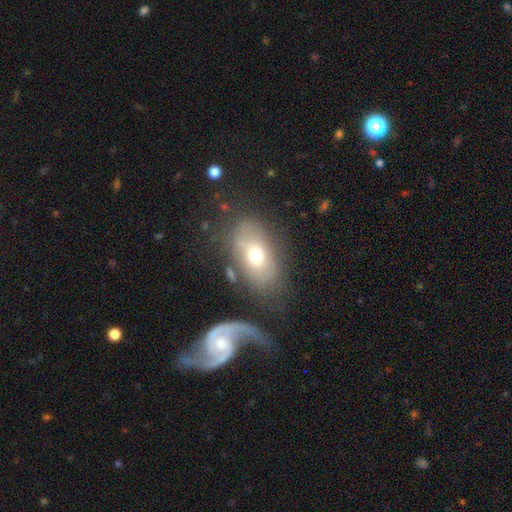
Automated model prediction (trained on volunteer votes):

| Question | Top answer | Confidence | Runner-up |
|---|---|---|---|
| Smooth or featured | smooth | 61% | featured or disk (30%) |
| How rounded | in between | 86% | round (11%) |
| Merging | none | 60% | minor disturbance (19%) |